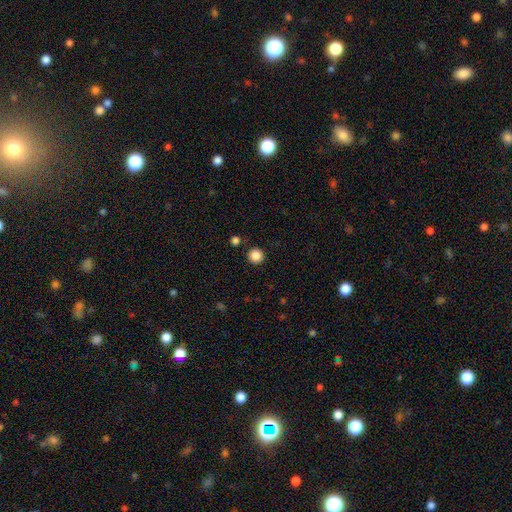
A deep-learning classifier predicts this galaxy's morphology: A smooth galaxy with no disk features (87%) that is round (96%). Merging: none (91%).